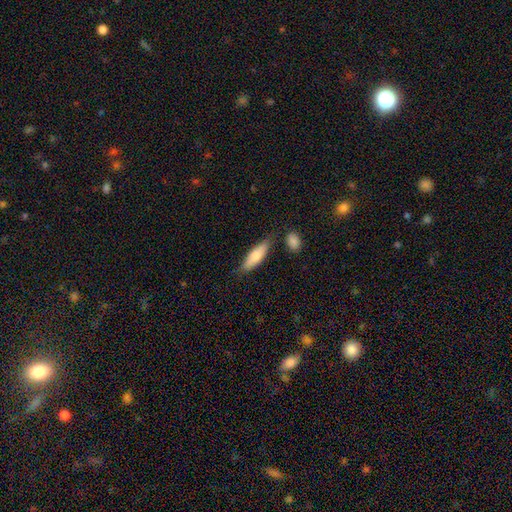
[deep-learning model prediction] Smooth or featured? smooth (71%)
How rounded? cigar-shaped (50%)
Merging? none (71%)